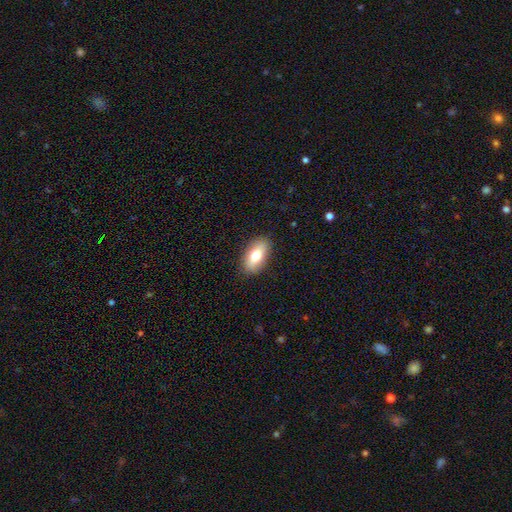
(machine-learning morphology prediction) This is likely a smooth galaxy (75%). How rounded: clearly in between (90%). Merging: clearly none (86%).